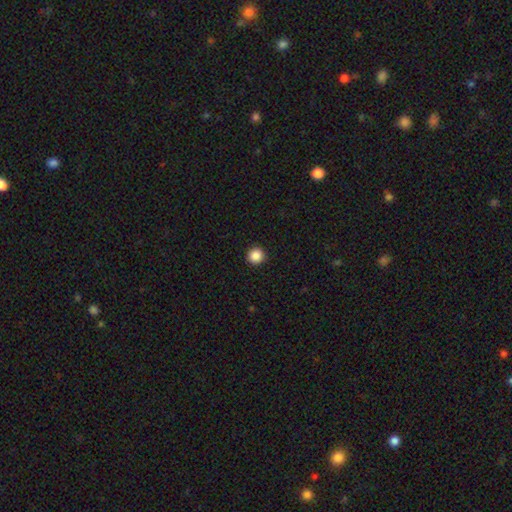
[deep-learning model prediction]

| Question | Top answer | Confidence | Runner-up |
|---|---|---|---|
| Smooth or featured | smooth | 87% | star or artifact (10%) |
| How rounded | round | 96% | in between (3%) |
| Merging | none | 94% | minor disturbance (4%) |